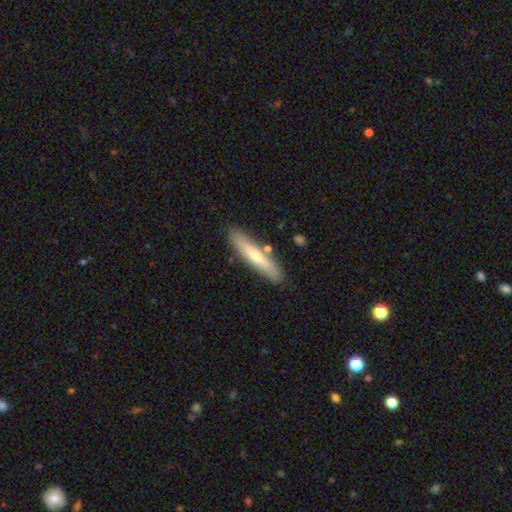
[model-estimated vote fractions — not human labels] Q: Smooth or featured?
A: smooth (54%); runner-up: featured or disk (40%)
Q: How rounded?
A: cigar-shaped (86%); runner-up: in between (13%)
Q: Merging?
A: none (83%); runner-up: minor disturbance (10%)